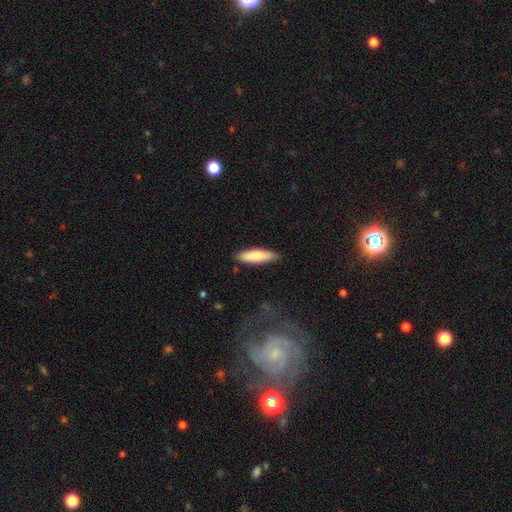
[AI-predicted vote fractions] Smooth or featured? smooth (84%)
How rounded? cigar-shaped (63%)
Merging? none (86%)